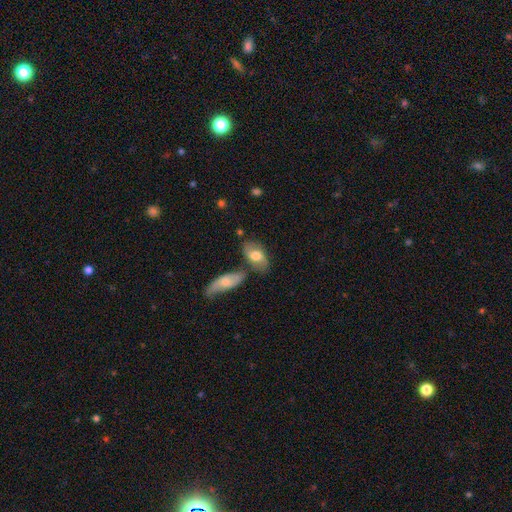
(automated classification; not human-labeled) The model was most divided on "smooth or featured": smooth: 62%, featured or disk: 32%, star or artifact: 7%. More confident: how rounded — in between (89%); merging — none (58%).